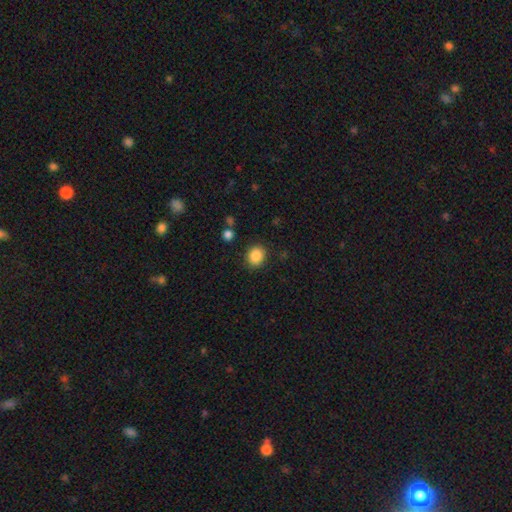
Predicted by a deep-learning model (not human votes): Smooth or featured? Predicted: smooth (p=0.87). How rounded? Predicted: round (p=0.68). Merging? Predicted: none (p=0.87).